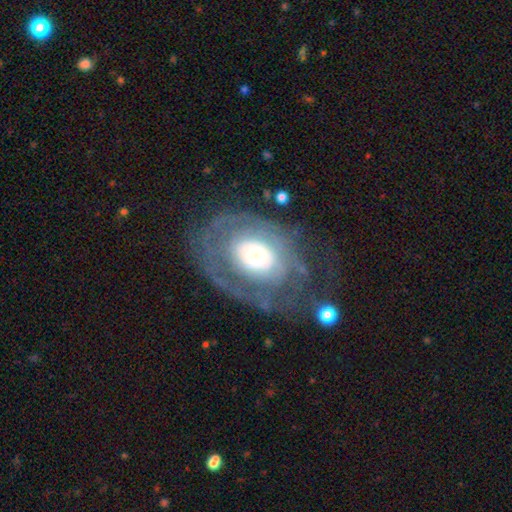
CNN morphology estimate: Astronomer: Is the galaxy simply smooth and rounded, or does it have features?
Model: featured or disk — 71%.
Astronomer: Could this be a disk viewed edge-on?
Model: no — 95%.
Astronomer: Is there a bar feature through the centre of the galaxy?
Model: no — 79%.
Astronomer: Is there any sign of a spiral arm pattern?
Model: yes — 61% (runner-up: no, 39%).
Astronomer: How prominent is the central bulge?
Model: moderate — 48% (runner-up: large, 28%).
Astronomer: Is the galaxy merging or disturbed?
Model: none — 54%.